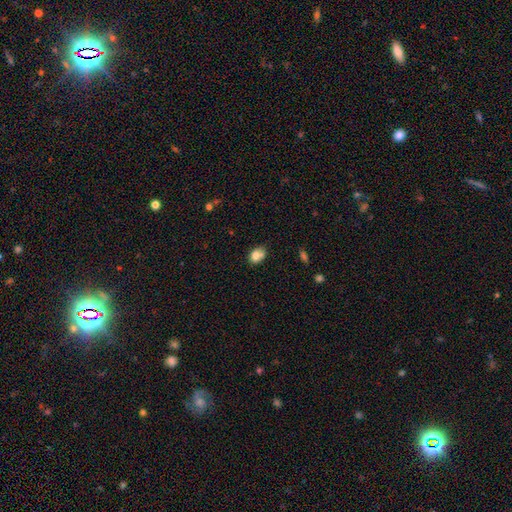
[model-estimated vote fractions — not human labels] Smooth or featured: smooth — 76% (featured or disk — 14%)
How rounded: in between — 69% (round — 30%)
Merging: none — 48% (merger — 24%)